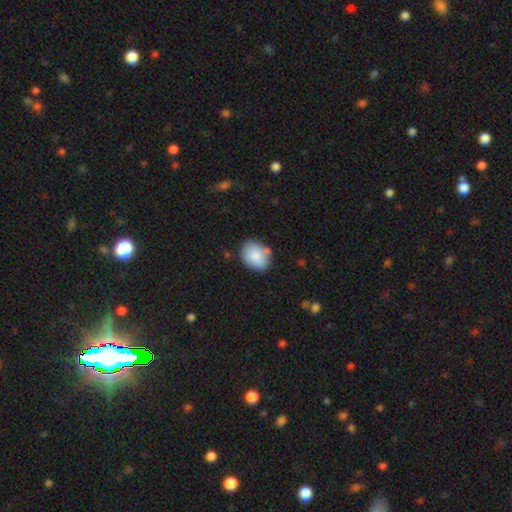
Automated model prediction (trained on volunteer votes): This appears to be a smooth galaxy with no disk features (85%) that is in between round and cigar-shaped (63%). Merging: none (72%).